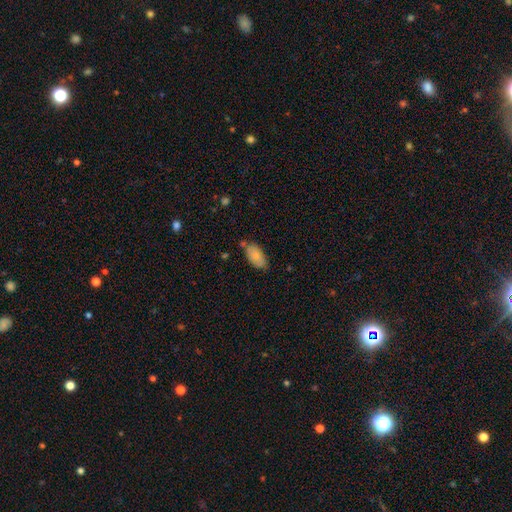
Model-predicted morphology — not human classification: Q: Smooth or featured?
A: smooth (82%); runner-up: featured or disk (11%)
Q: How rounded?
A: in between (93%); runner-up: cigar-shaped (4%)
Q: Merging?
A: none (67%); runner-up: minor disturbance (21%)